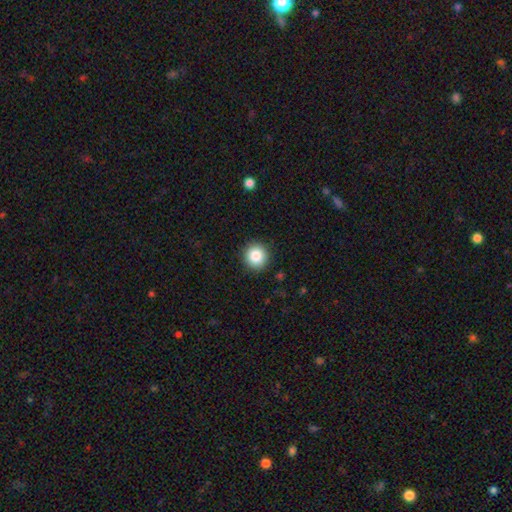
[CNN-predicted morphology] This is clearly a smooth galaxy (86%). How rounded: clearly round (92%). Merging: clearly none (91%).